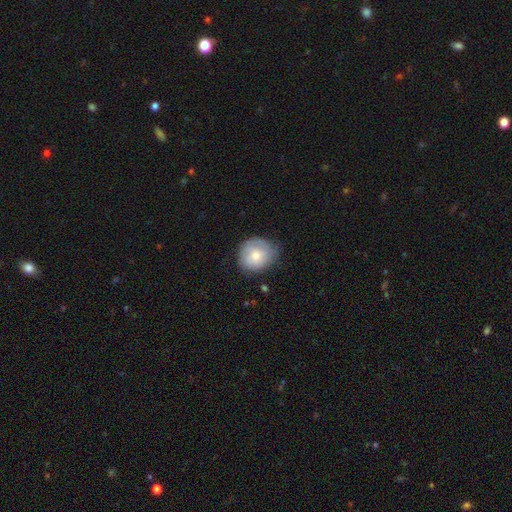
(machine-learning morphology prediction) This appears to be a smooth galaxy with no disk features (67%) that is round (76%). Merging: none (64%).